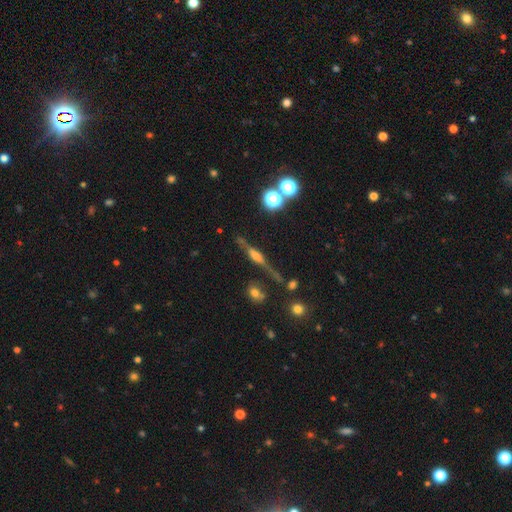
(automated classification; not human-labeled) Smooth or featured: featured or disk — 63% (smooth — 24%)
Edge-on disk: yes — 89% (no — 11%)
Edge-on bulge: rounded — 48% (boxy — 39%)
Merging: none — 68% (minor disturbance — 17%)